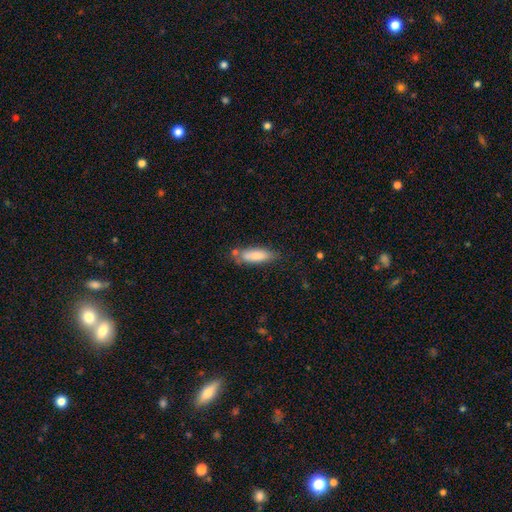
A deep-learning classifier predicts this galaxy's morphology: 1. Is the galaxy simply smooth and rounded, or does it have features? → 79% smooth, 15% featured or disk, 6% star or artifact.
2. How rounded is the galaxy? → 52% in between, 47% cigar-shaped, 2% round.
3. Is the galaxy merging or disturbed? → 64% none, 21% minor disturbance, 10% merger, 5% major disturbance.